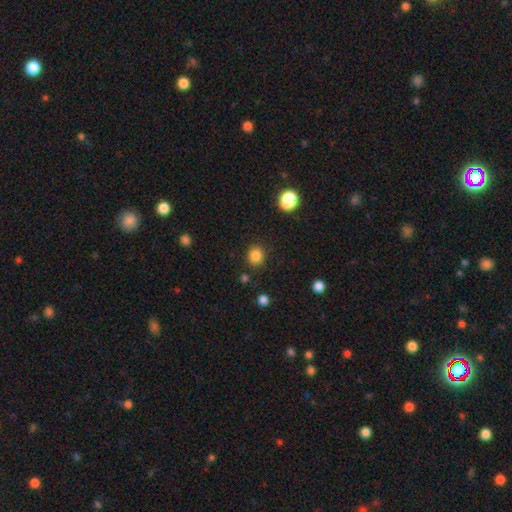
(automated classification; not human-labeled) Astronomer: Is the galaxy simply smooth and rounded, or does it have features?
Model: smooth — 85%.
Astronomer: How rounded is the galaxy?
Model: round — 77%.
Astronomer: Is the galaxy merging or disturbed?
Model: none — 87%.